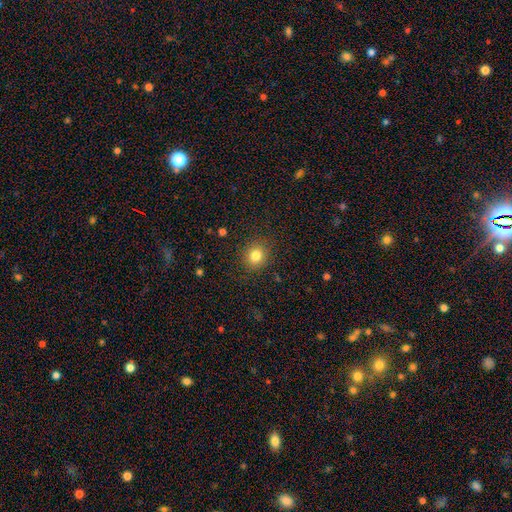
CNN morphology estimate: The model was most divided on "how rounded": round: 82%, in between: 17%, cigar-shaped: 1%. More confident: merging — none (87%); smooth or featured — smooth (81%).